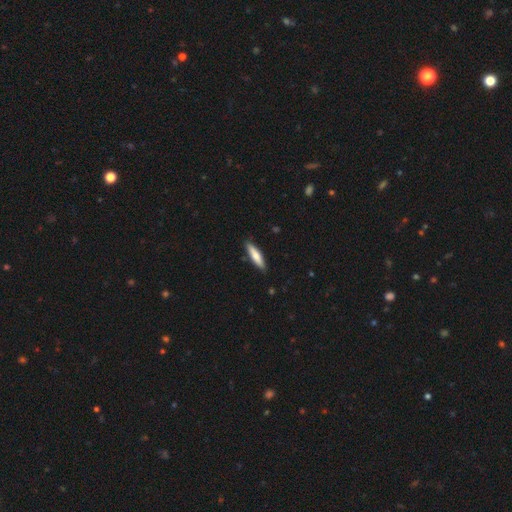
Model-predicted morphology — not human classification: Smooth or featured?
  - smooth: 67% *
  - featured or disk: 28%
  - star or artifact: 5%
How rounded?
  - cigar-shaped: 78% *
  - in between: 21%
  - round: 1%
Merging?
  - none: 87% *
  - minor disturbance: 9%
  - major disturbance: 2%
  - merger: 1%